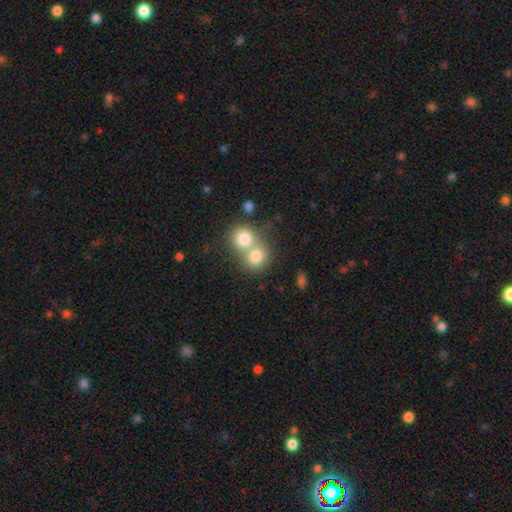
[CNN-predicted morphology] The model was most divided on "merging": merger: 63%, none: 28%, minor disturbance: 6%, major disturbance: 3%. More confident: how rounded — round (79%); smooth or featured — smooth (77%).